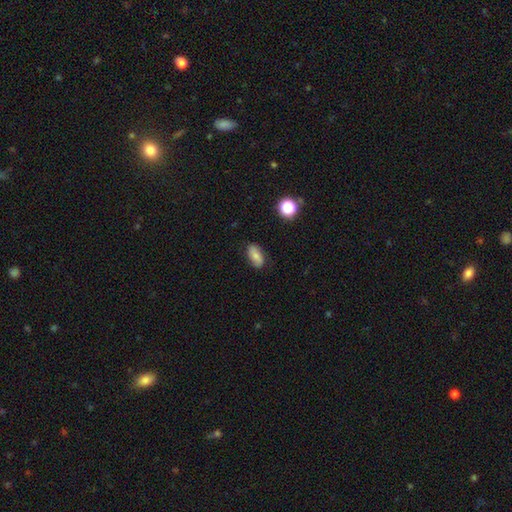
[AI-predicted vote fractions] Smooth or featured: smooth — 69% (featured or disk — 22%)
How rounded: in between — 89% (round — 6%)
Merging: none — 81% (minor disturbance — 14%)